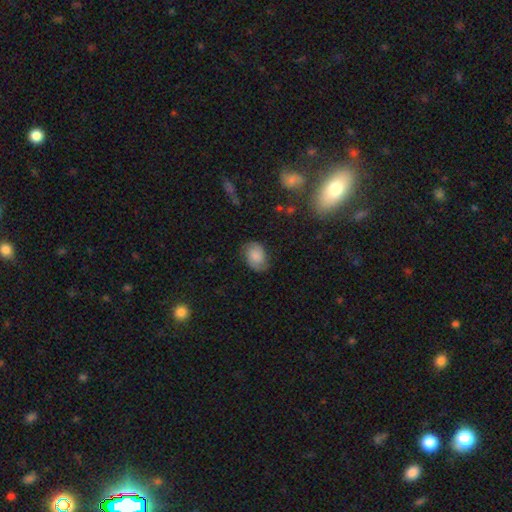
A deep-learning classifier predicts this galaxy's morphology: Smooth or featured?
  - smooth: 51% *
  - featured or disk: 40%
  - star or artifact: 9%
How rounded?
  - in between: 77% *
  - round: 22%
  - cigar-shaped: 1%
Merging?
  - none: 74% *
  - minor disturbance: 19%
  - major disturbance: 6%
  - merger: 1%